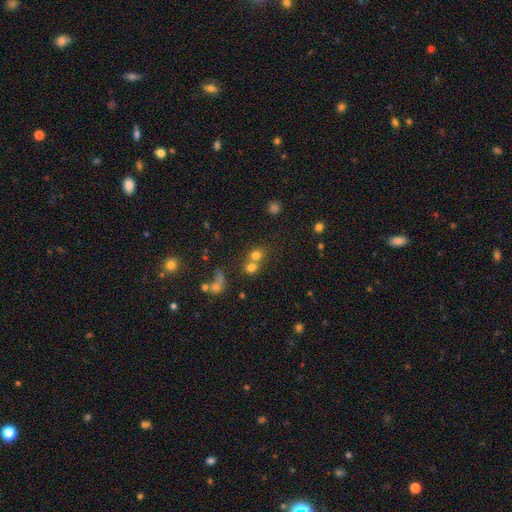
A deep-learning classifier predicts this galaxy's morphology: Smooth or featured: smooth — 70% (star or artifact — 17%)
How rounded: round — 82% (in between — 17%)
Merging: merger — 48% (none — 41%)